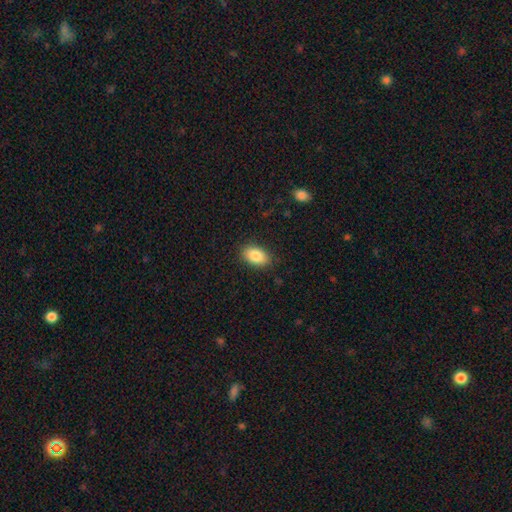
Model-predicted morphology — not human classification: Smooth or featured: smooth — 85% (star or artifact — 8%)
How rounded: in between — 90% (round — 9%)
Merging: none — 87% (minor disturbance — 10%)